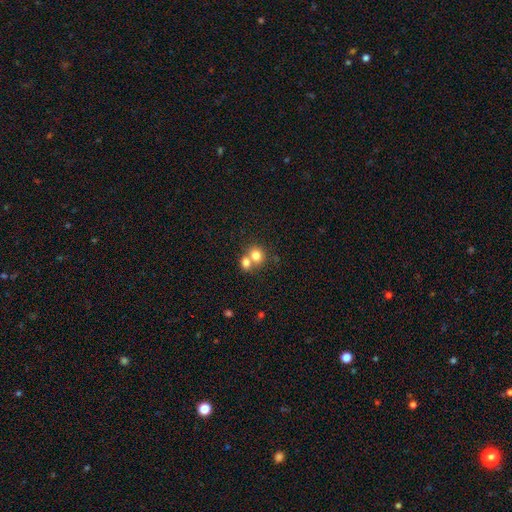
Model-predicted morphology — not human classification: smooth-or-featured: smooth: 78% | featured or disk: 11% | star or artifact: 11%
  how-rounded: round: 73% | in between: 26% | cigar-shaped: 1%
  merging: merger: 56% | none: 35% | minor disturbance: 6% | major disturbance: 3%